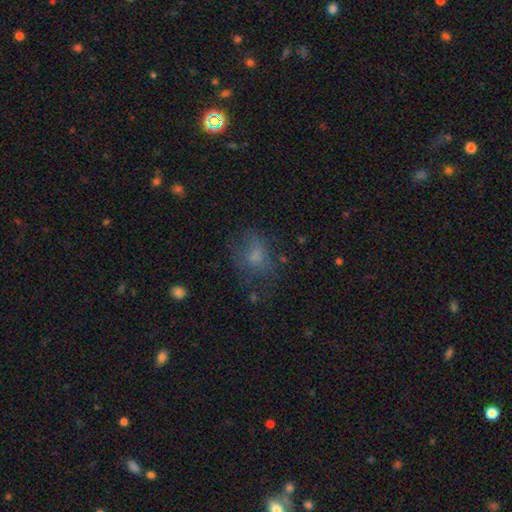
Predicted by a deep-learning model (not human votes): smooth_or_featured: smooth (p=0.64) [alt: featured or disk p=0.20]
how_rounded: in between (p=0.56) [alt: round p=0.43]
merging: none (p=0.53) [alt: minor disturbance p=0.23]